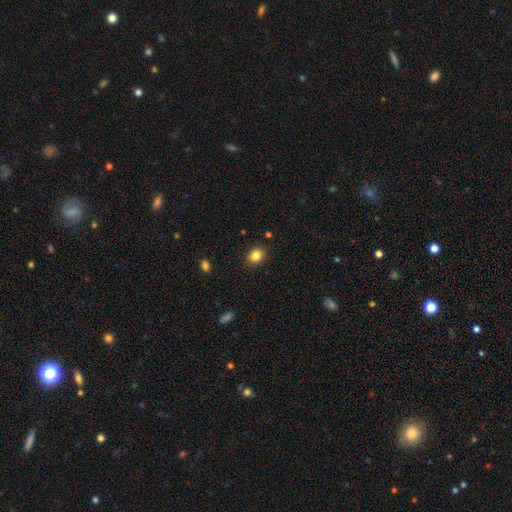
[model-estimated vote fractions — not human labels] Q: Smooth or featured?
A: smooth (84%); runner-up: star or artifact (11%)
Q: How rounded?
A: round (55%); runner-up: in between (45%)
Q: Merging?
A: none (88%); runner-up: minor disturbance (9%)